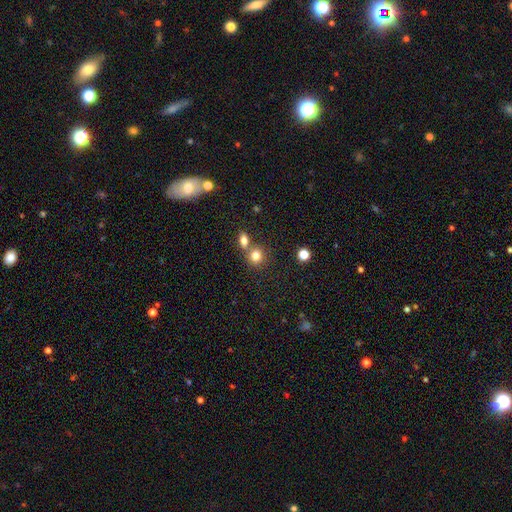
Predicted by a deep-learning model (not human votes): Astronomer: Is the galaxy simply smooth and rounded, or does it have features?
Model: smooth — 79%.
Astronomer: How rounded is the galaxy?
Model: round — 83%.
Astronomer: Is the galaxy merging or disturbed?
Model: none — 54% (runner-up: merger, 35%).